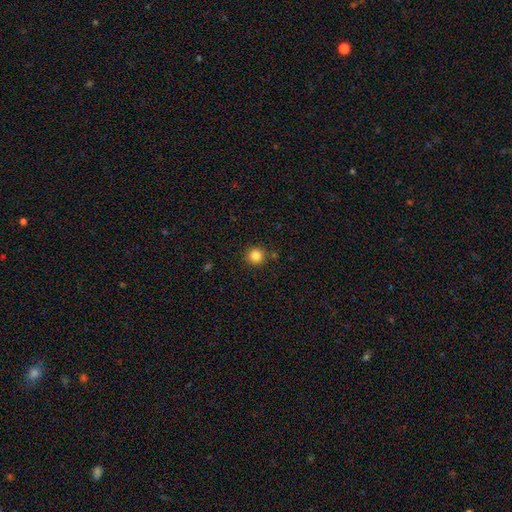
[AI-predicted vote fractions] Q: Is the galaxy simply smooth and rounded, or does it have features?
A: smooth — 84%.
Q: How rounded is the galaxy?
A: round — 93%.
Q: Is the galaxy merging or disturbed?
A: none — 88%.